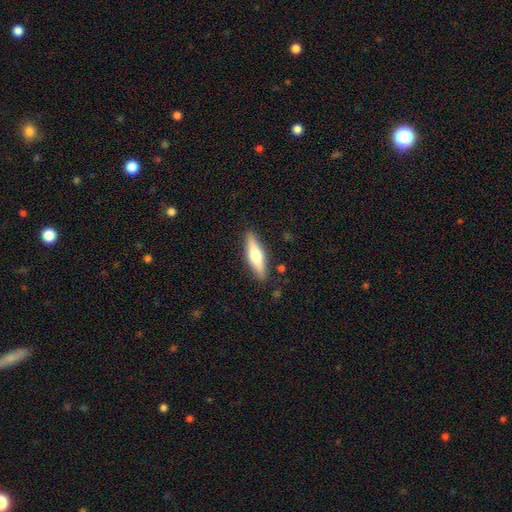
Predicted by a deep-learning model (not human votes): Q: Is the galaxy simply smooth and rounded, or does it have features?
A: smooth — 52%.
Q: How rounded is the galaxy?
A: cigar-shaped — 69%.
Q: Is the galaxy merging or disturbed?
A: none — 86%.